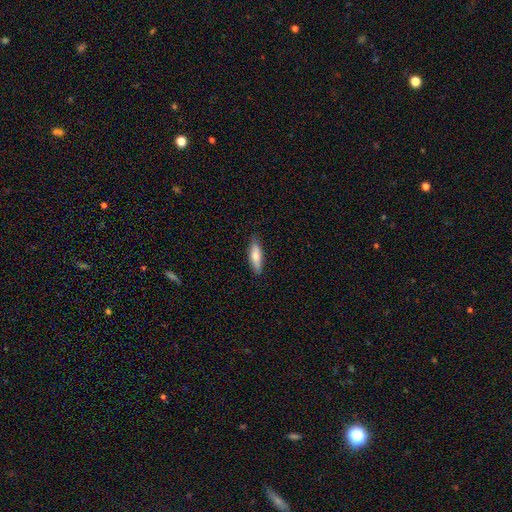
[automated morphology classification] type=smooth (78%); roundness=cigar-shaped (56%); merging=none (85%).